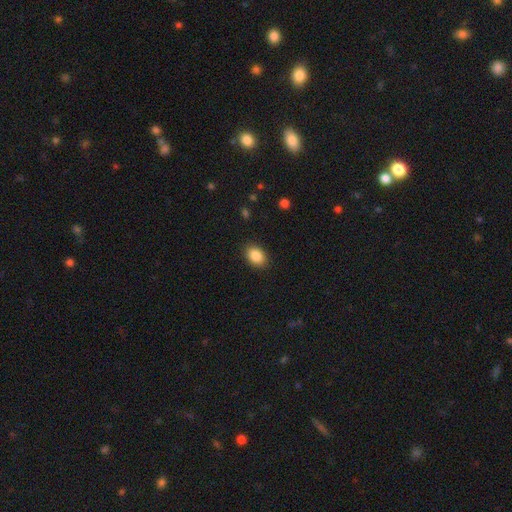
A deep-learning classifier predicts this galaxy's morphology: smooth-or-featured: smooth: 88% | star or artifact: 8% | featured or disk: 5%
  how-rounded: in between: 79% | round: 20% | cigar-shaped: 1%
  merging: none: 88% | minor disturbance: 9% | major disturbance: 2% | merger: 1%